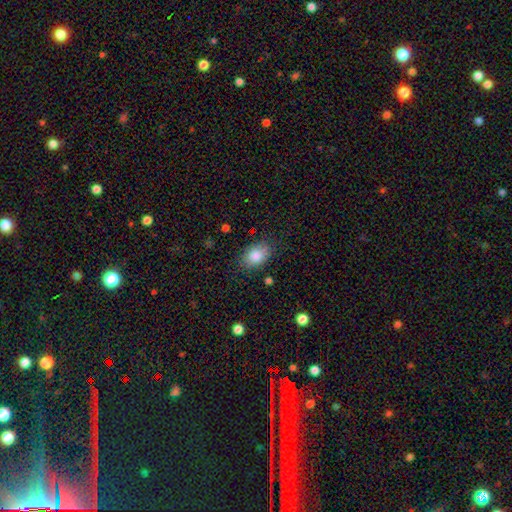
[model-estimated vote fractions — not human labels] This appears to be a smooth galaxy with no disk features (84%) that is in between round and cigar-shaped (81%). Merging: none (77%).